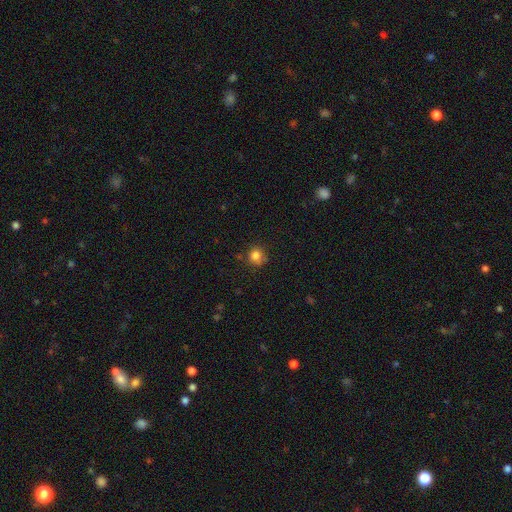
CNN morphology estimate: This is clearly a smooth galaxy (82%). How rounded: clearly round (85%). Merging: likely none (71%).